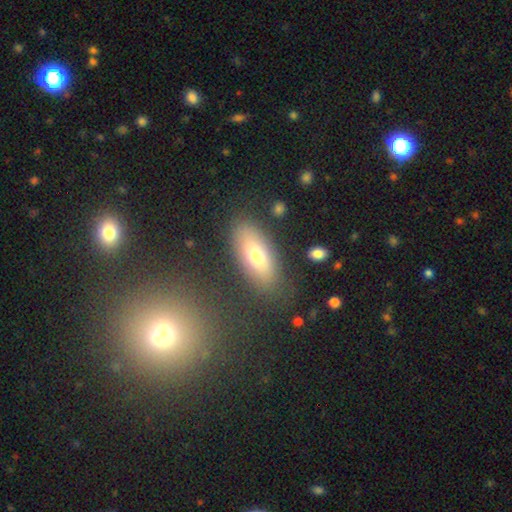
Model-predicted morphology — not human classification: Overall: smooth (64%; featured or disk 27%). How rounded: in between (76%). Merging: none (83%).